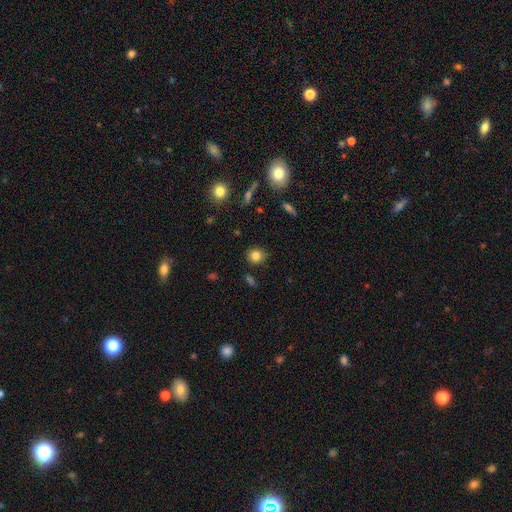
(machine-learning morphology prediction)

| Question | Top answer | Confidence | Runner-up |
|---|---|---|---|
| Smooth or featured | smooth | 82% | star or artifact (11%) |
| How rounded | round | 77% | in between (22%) |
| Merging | none | 82% | minor disturbance (14%) |